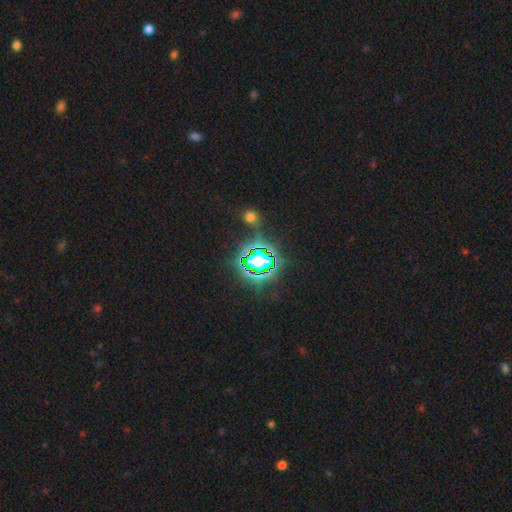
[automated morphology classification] type=star or artifact (77%).